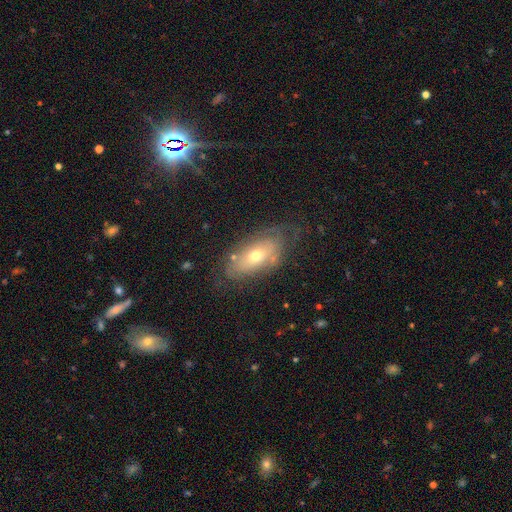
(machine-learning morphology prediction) Smooth or featured?
  - featured or disk: 55% *
  - smooth: 34%
  - star or artifact: 11%
Edge-on disk?
  - no: 83% *
  - yes: 17%
Merging?
  - none: 68% *
  - minor disturbance: 22%
  - major disturbance: 8%
  - merger: 2%